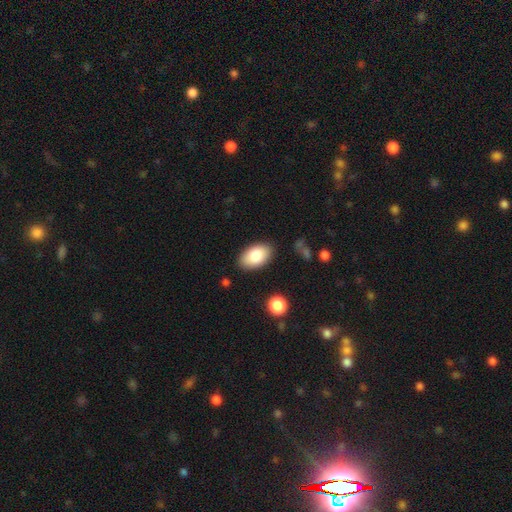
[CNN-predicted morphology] This appears to be a smooth galaxy with no disk features (83%) that is in between round and cigar-shaped (94%). Merging: none (86%).